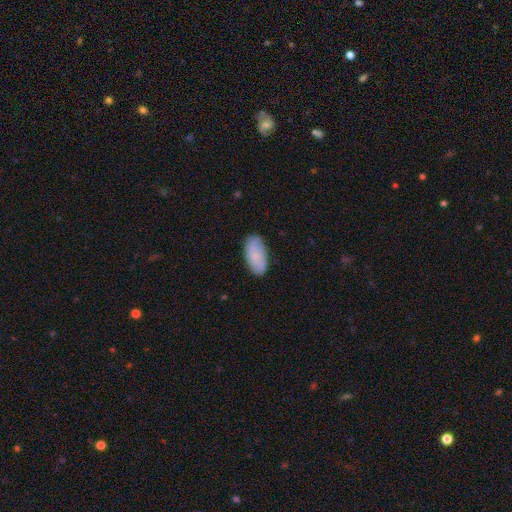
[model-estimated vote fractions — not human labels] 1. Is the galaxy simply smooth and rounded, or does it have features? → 77% smooth, 17% featured or disk, 6% star or artifact.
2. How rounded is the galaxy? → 93% in between, 4% cigar-shaped, 2% round.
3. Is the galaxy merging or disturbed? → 82% none, 14% minor disturbance, 3% major disturbance, 1% merger.